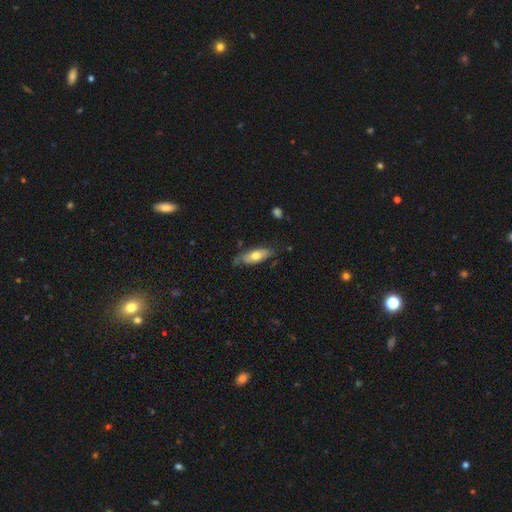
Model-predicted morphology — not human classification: Smooth or featured?
  - smooth: 60% *
  - featured or disk: 34%
  - star or artifact: 6%
How rounded?
  - in between: 68% *
  - cigar-shaped: 29%
  - round: 3%
Merging?
  - none: 67% *
  - minor disturbance: 25%
  - major disturbance: 5%
  - merger: 2%